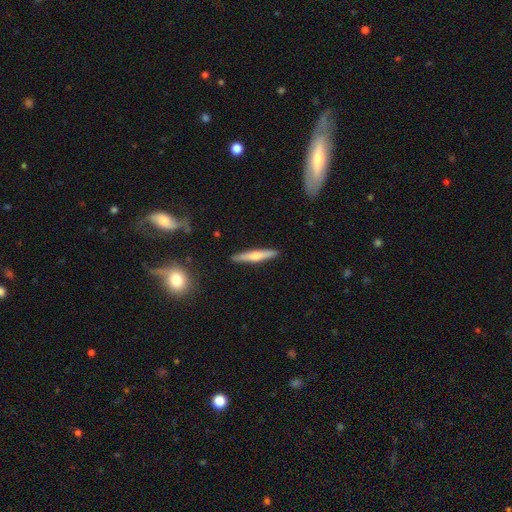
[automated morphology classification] type=smooth (54%); roundness=cigar-shaped (92%); merging=none (90%).